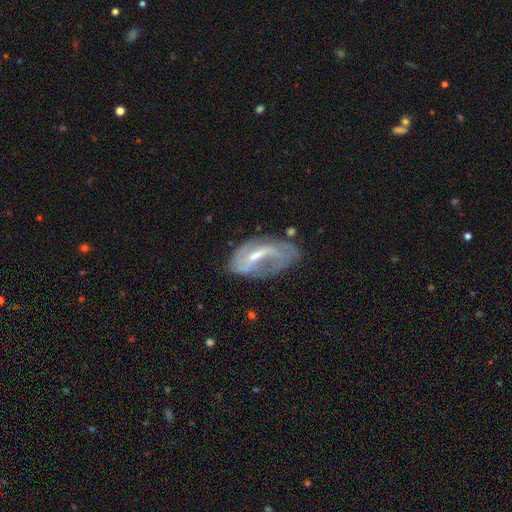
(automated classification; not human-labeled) Smooth or featured?
  - featured or disk: 70% *
  - smooth: 22%
  - star or artifact: 8%
Edge-on disk?
  - no: 93% *
  - yes: 7%
Bar?
  - weak: 45% *
  - strong: 36%
  - no: 19%
Spiral arms?
  - yes: 72% *
  - no: 28%
Bulge size?
  - small: 44% *
  - moderate: 41%
  - none: 10%
  - large: 4%
  - dominant: 1%
Merging?
  - none: 40% *
  - major disturbance: 28%
  - minor disturbance: 27%
  - merger: 4%